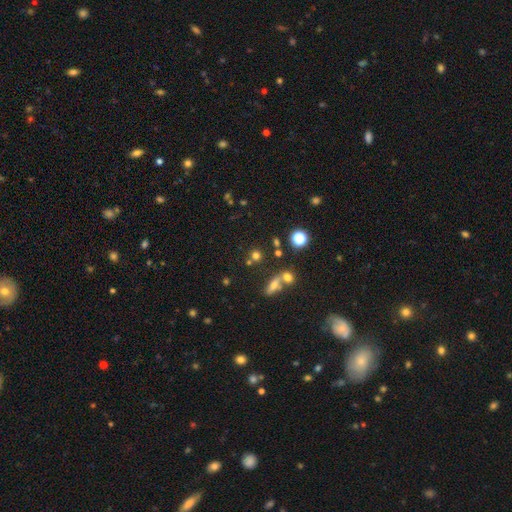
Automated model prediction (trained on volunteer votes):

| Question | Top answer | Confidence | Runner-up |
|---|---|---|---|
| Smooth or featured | smooth | 65% | star or artifact (24%) |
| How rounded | round | 82% | in between (14%) |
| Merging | none | 63% | merger (24%) |